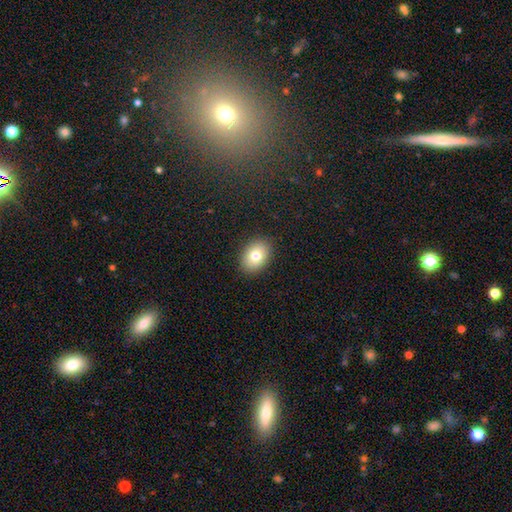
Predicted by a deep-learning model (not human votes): Overall: smooth (78%). How rounded: in between (71%). Merging: none (89%).